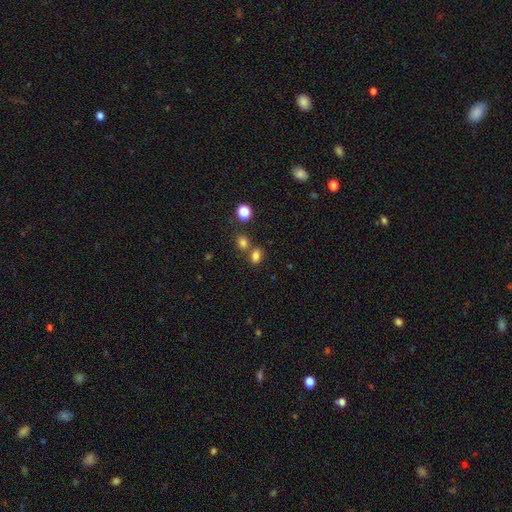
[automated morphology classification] smooth-or-featured: smooth: 79% | star or artifact: 15% | featured or disk: 6%
  how-rounded: in between: 66% | round: 32% | cigar-shaped: 1%
  merging: none: 60% | merger: 26% | minor disturbance: 10% | major disturbance: 3%